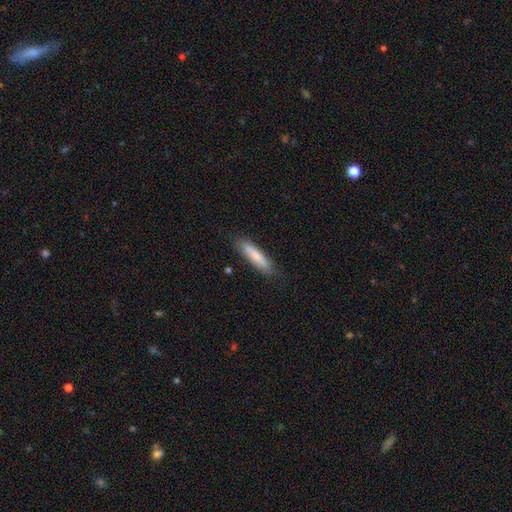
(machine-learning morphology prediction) Q: Smooth or featured?
A: smooth (78%); runner-up: featured or disk (16%)
Q: How rounded?
A: cigar-shaped (80%); runner-up: in between (19%)
Q: Merging?
A: none (82%); runner-up: minor disturbance (14%)